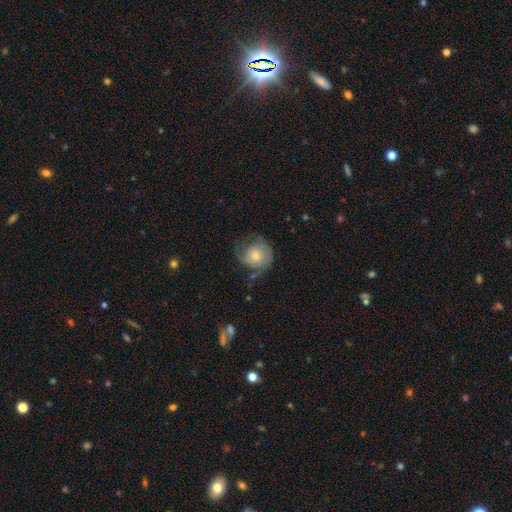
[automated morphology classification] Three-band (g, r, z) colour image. It shows a featured or disk galaxy (60%) with no bar (75%), spiral arms (85%) and a moderate central bulge (54%). Merging: none (50%).